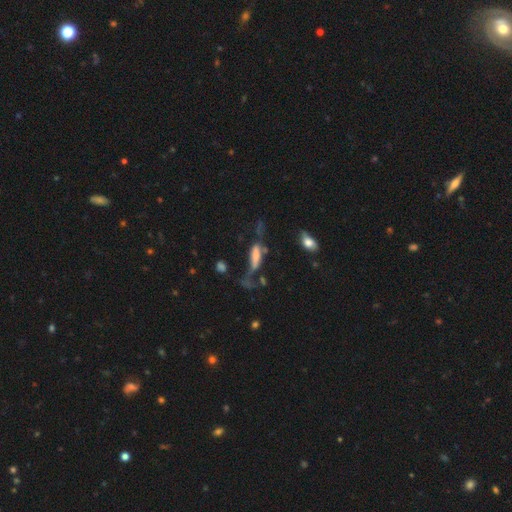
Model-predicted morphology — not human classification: This appears to be a smooth galaxy with no disk features (56%) that is in between round and cigar-shaped (50%). Merging: major disturbance (40%).